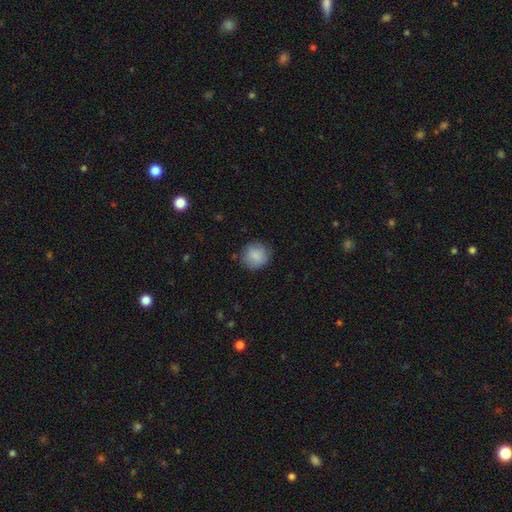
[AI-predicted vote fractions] Smooth or featured? Predicted: smooth (p=0.86). How rounded? Predicted: round (p=0.90). Merging? Predicted: none (p=0.84).